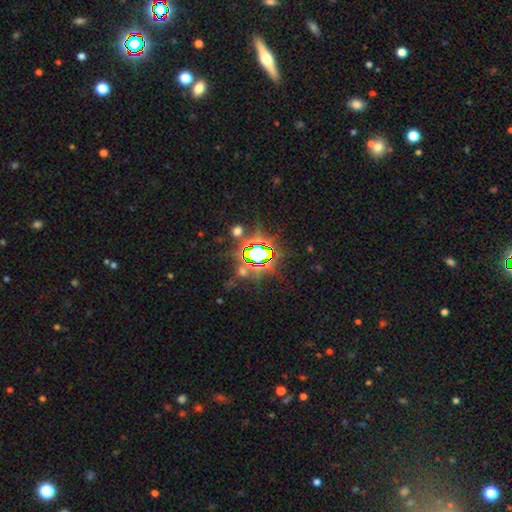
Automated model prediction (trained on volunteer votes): Morphology: type=star or artifact (77%).